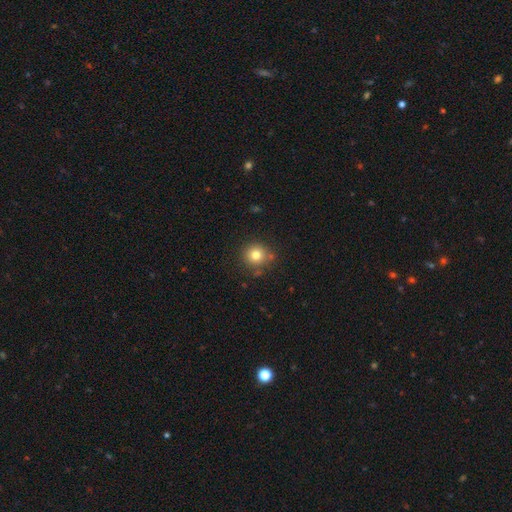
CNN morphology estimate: Q: Smooth or featured?
A: smooth (78%); runner-up: star or artifact (13%)
Q: How rounded?
A: round (92%); runner-up: in between (7%)
Q: Merging?
A: none (82%); runner-up: minor disturbance (11%)